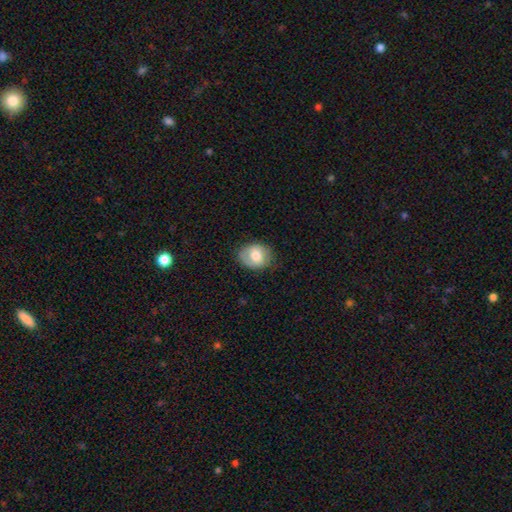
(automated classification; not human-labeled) Smooth or featured? smooth (70%)
How rounded? round (53%)
Merging? none (75%)